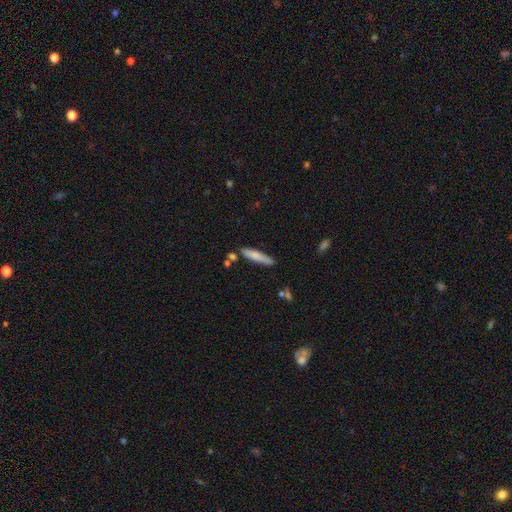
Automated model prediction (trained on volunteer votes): A smooth galaxy with no disk features (73%) that is cigar-shaped (87%).

Vote fractions:
- Smooth or featured? smooth: 73% / featured or disk: 21% / star or artifact: 6%
- How rounded? cigar-shaped: 87% / in between: 11% / round: 1%
- Merging? none: 77% / minor disturbance: 15% / merger: 5% / major disturbance: 3%